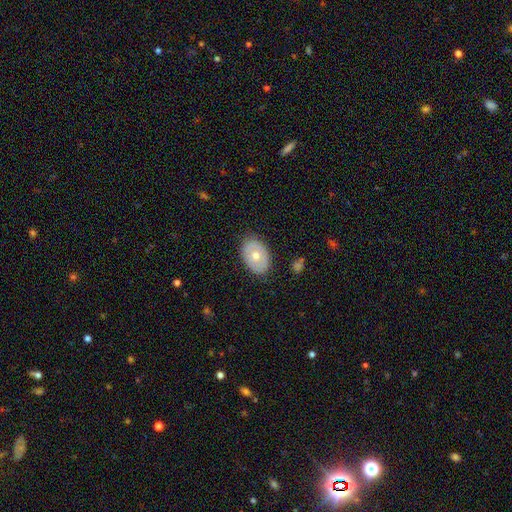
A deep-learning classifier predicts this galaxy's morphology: Q: Smooth or featured?
A: smooth (57%); runner-up: featured or disk (36%)
Q: How rounded?
A: in between (81%); runner-up: round (17%)
Q: Merging?
A: none (85%); runner-up: minor disturbance (11%)